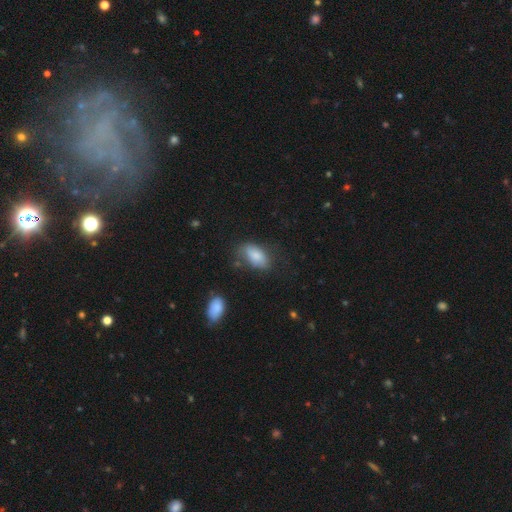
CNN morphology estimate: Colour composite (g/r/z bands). It shows a smooth galaxy with no disk features (82%) that is in between round and cigar-shaped (90%). Merging: none (61%).